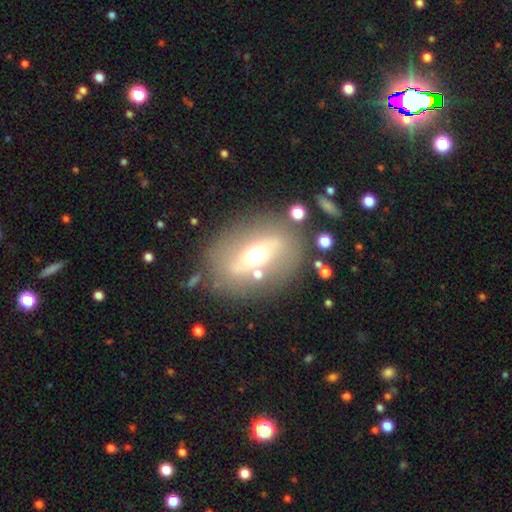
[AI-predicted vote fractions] Smooth or featured: featured or disk — 52% (smooth — 38%)
Edge-on disk: no — 78% (yes — 22%)
Merging: none — 76% (minor disturbance — 13%)